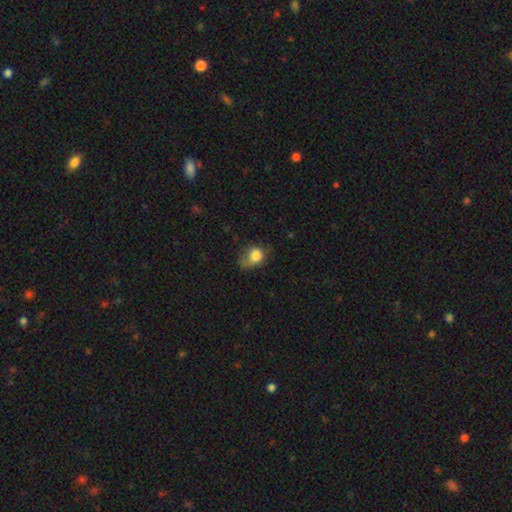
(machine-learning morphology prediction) Overall: smooth (78%). How rounded: in between (52%; round 47%). Merging: minor disturbance (34%; none 33%).